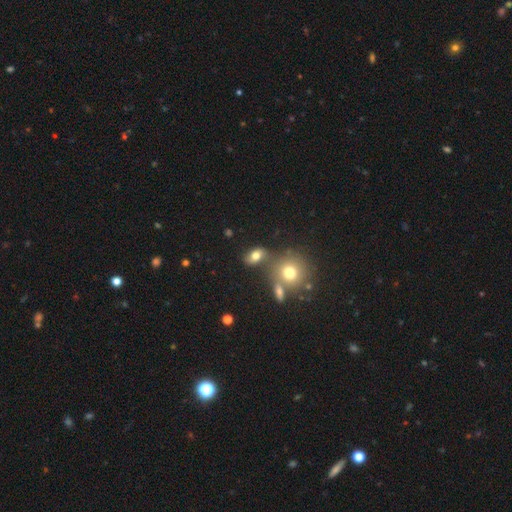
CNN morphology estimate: A smooth galaxy with no disk features (73%) that is in between round and cigar-shaped (76%).

Vote fractions:
- Smooth or featured? smooth: 73% / star or artifact: 14% / featured or disk: 13%
- How rounded? in between: 76% / round: 21% / cigar-shaped: 3%
- Merging? none: 58% / merger: 20% / minor disturbance: 15% / major disturbance: 7%